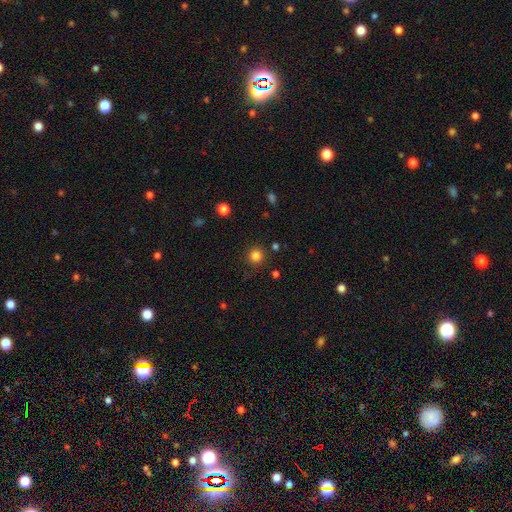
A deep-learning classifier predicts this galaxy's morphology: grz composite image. It shows a smooth galaxy with no disk features (83%) that is round (93%). Merging: none (86%).